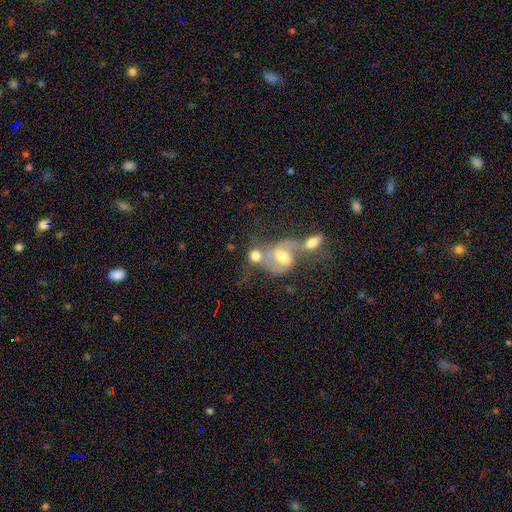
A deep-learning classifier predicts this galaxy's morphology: Q: Smooth or featured?
A: smooth (46%); runner-up: featured or disk (43%)
Q: Merging?
A: merger (64%); runner-up: none (19%)